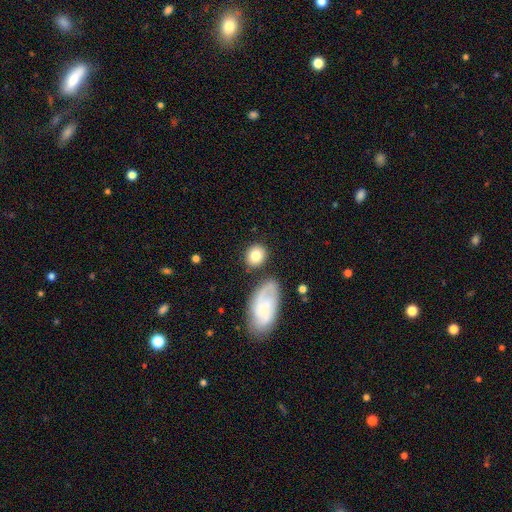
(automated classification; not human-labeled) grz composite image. It shows a smooth galaxy with no disk features (78%) that is round (71%). Merging: none (75%).